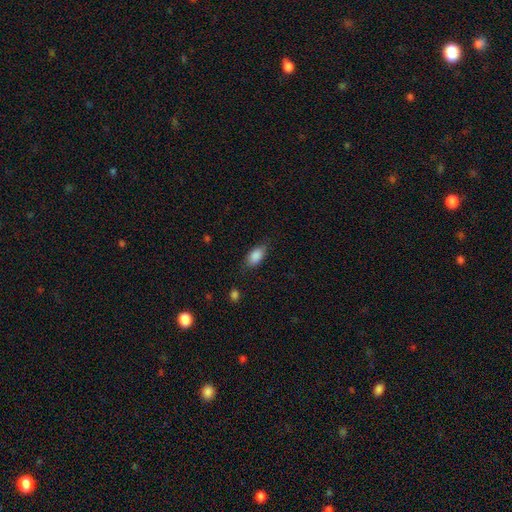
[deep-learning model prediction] Smooth or featured? smooth (87%)
How rounded? in between (90%)
Merging? none (75%)